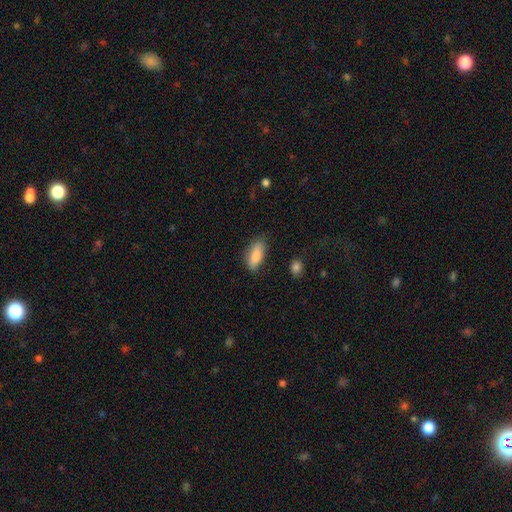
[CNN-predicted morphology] smooth-or-featured: smooth: 84% | featured or disk: 10% | star or artifact: 7%
  how-rounded: in between: 78% | cigar-shaped: 19% | round: 2%
  merging: none: 79% | minor disturbance: 16% | major disturbance: 3% | merger: 2%